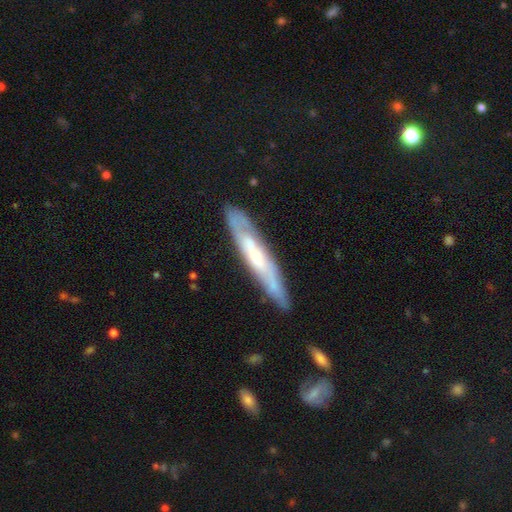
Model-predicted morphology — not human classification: The model was most divided on "edge-on disk": yes: 62%, no: 38%. More confident: merging — none (79%); smooth or featured — featured or disk (63%).